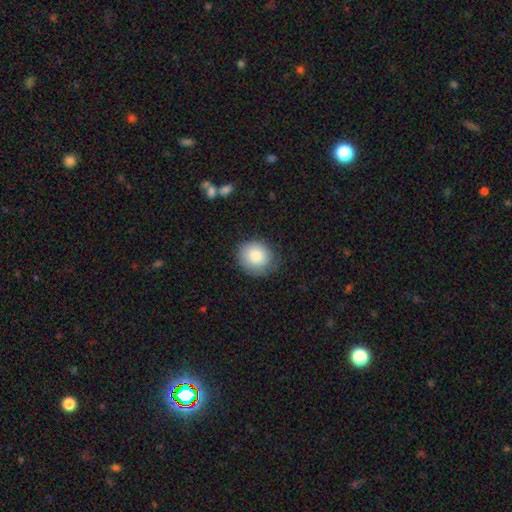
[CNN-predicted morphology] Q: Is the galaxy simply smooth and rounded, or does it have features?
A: smooth — 85%.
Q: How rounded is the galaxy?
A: round — 85%.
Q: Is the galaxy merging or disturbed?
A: none — 76%.